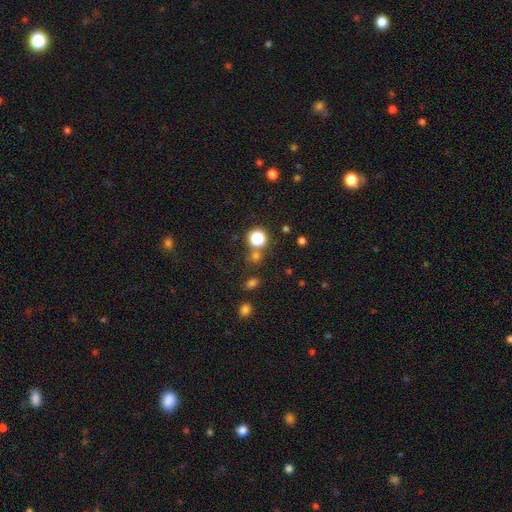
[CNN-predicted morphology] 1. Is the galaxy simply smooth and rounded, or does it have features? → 58% smooth, 36% star or artifact, 6% featured or disk.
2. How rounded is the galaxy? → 80% round, 18% in between, 1% cigar-shaped.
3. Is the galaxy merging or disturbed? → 71% none, 15% merger, 9% minor disturbance, 4% major disturbance.